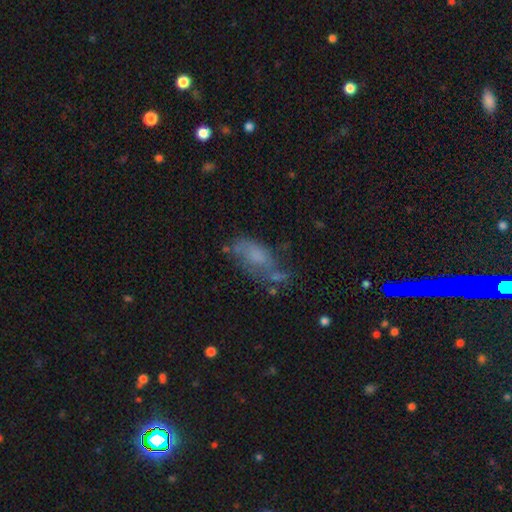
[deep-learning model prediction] smooth 54%, featured or disk 34%, star or artifact 12%. Down the decision tree: how rounded — in between (84%); merging — none (39%).